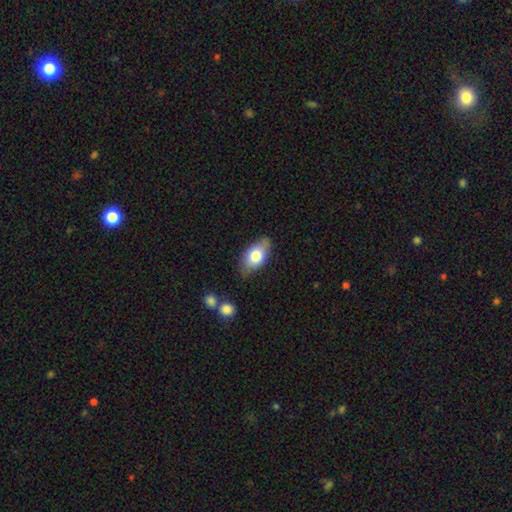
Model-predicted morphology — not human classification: Smooth or featured?
  - smooth: 72% *
  - featured or disk: 21%
  - star or artifact: 7%
How rounded?
  - in between: 89% *
  - round: 7%
  - cigar-shaped: 4%
Merging?
  - none: 75% *
  - minor disturbance: 19%
  - major disturbance: 4%
  - merger: 3%